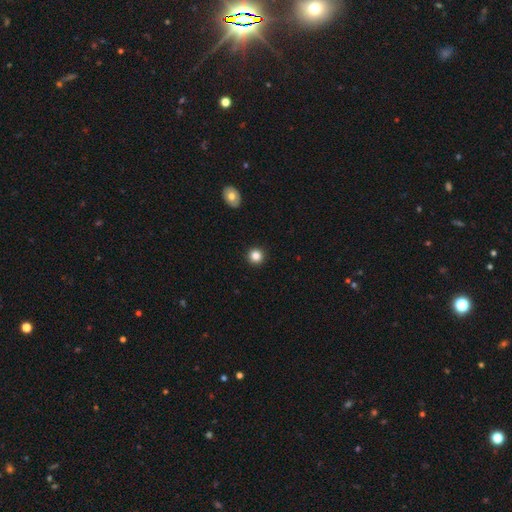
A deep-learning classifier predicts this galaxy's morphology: Smooth or featured: smooth — 84% (star or artifact — 11%)
How rounded: round — 94% (in between — 5%)
Merging: none — 93% (minor disturbance — 5%)